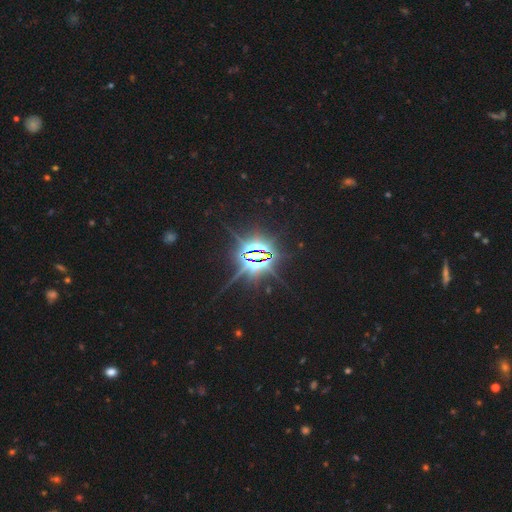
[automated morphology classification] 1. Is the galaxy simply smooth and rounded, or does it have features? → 85% star or artifact, 10% featured or disk, 6% smooth.